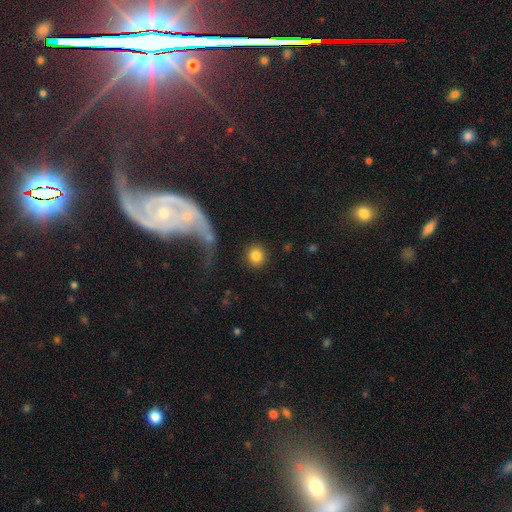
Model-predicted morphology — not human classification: The model was most divided on "smooth or featured": smooth: 83%, featured or disk: 9%, star or artifact: 8%. More confident: how rounded — round (92%); merging — none (88%).